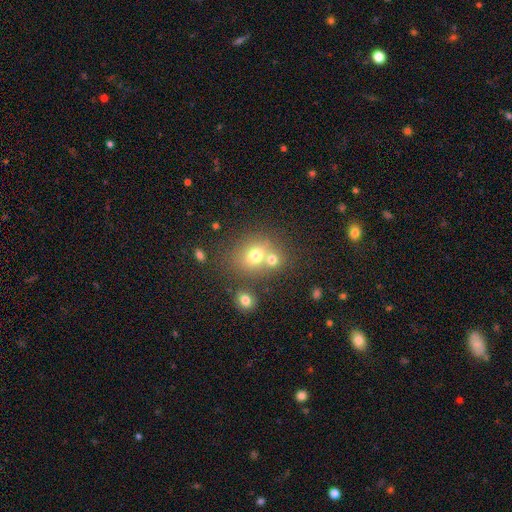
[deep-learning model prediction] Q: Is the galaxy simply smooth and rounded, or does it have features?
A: smooth — 70%.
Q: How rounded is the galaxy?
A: round — 66%.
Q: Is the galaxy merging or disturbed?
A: none — 45%.